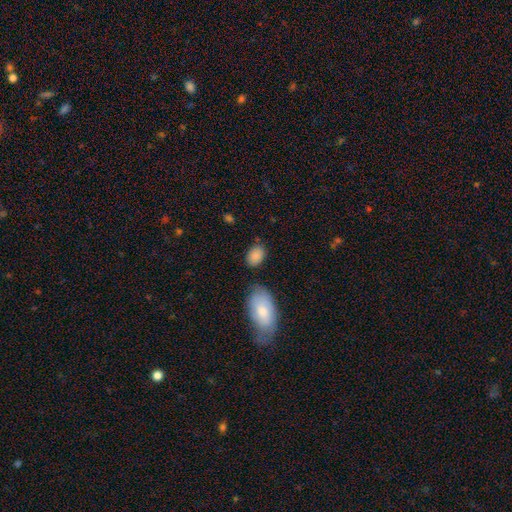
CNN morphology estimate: A smooth galaxy with no disk features (87%) that is in between round and cigar-shaped (85%). Merging: none (74%).